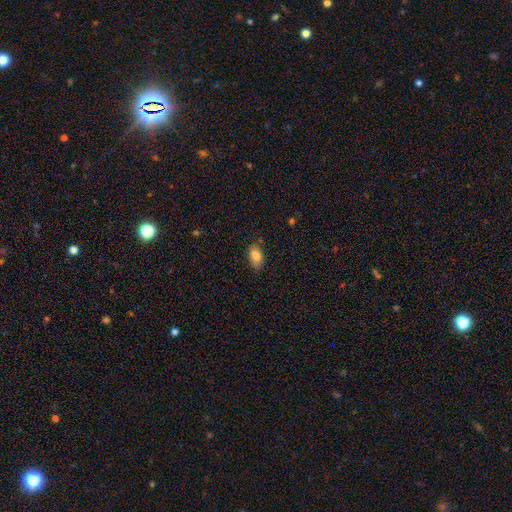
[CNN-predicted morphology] type=smooth (82%); roundness=in between (89%); merging=none (80%).